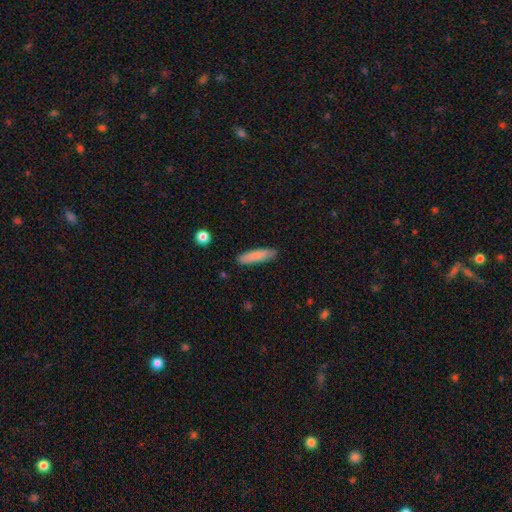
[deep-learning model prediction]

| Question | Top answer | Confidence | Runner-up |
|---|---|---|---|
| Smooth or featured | smooth | 83% | featured or disk (10%) |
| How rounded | cigar-shaped | 82% | in between (17%) |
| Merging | none | 88% | minor disturbance (9%) |